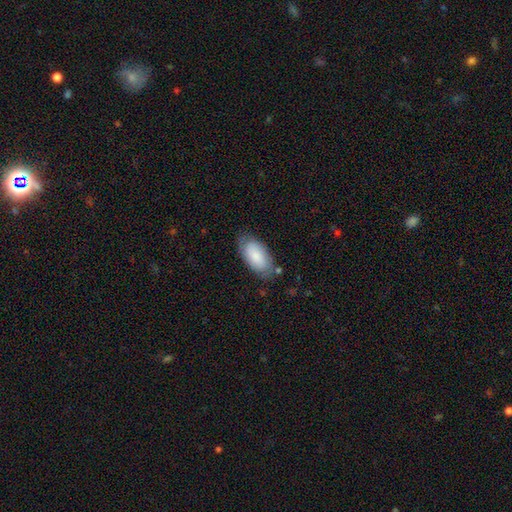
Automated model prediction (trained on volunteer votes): smooth_or_featured: smooth (p=0.78) [alt: featured or disk p=0.16]
how_rounded: in between (p=0.94) [alt: cigar-shaped p=0.04]
merging: none (p=0.72) [alt: minor disturbance p=0.20]